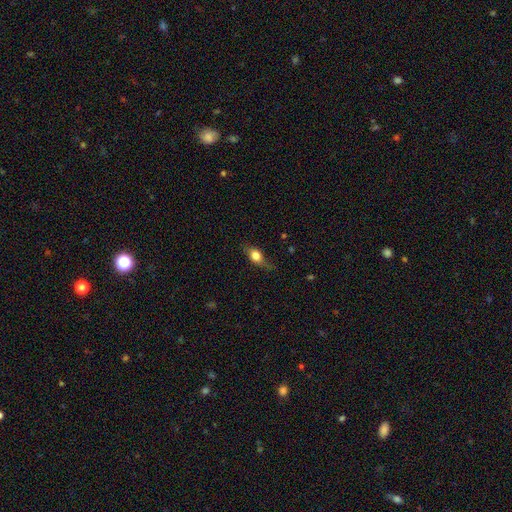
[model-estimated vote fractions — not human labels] smooth 69%, featured or disk 22%, star or artifact 9%. Down the decision tree: how rounded — in between (67%); merging — none (65%).